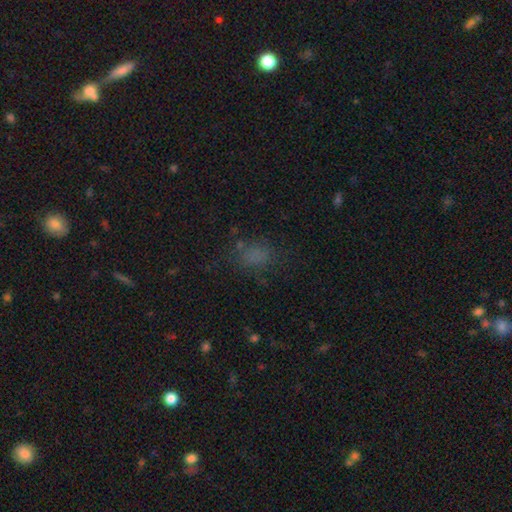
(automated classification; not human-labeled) Morphology: type=smooth (70%); roundness=in between (62%); merging=none (68%).